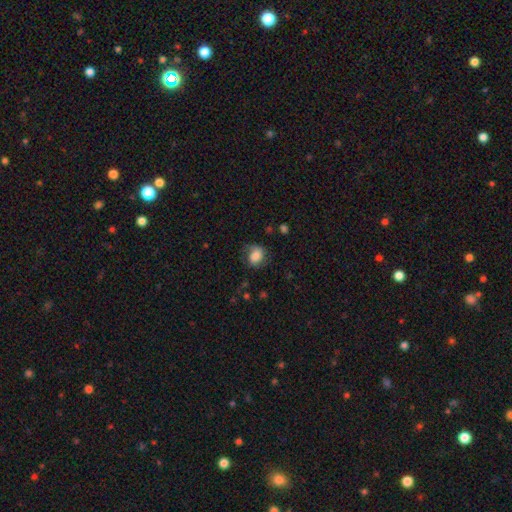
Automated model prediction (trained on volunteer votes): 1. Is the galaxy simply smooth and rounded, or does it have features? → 65% smooth, 26% featured or disk, 9% star or artifact.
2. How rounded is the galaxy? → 52% round, 47% in between, 1% cigar-shaped.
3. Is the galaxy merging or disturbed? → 60% none, 25% minor disturbance, 14% major disturbance, 2% merger.